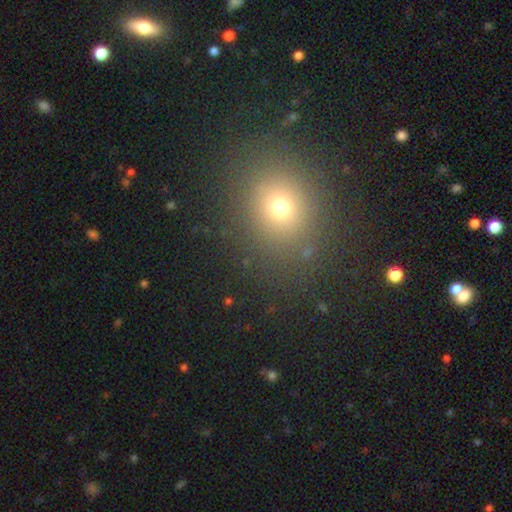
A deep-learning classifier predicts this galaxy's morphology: Smooth or featured: smooth — 62% (star or artifact — 30%)
How rounded: round — 70% (in between — 29%)
Merging: none — 89% (minor disturbance — 7%)